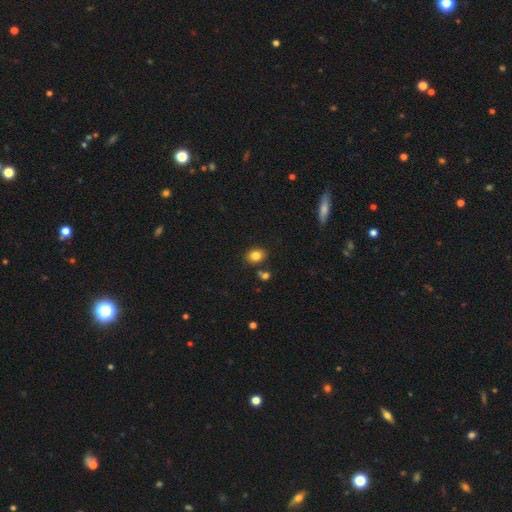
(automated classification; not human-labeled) Morphology: type=smooth (82%); roundness=in between (53%); merging=none (81%).